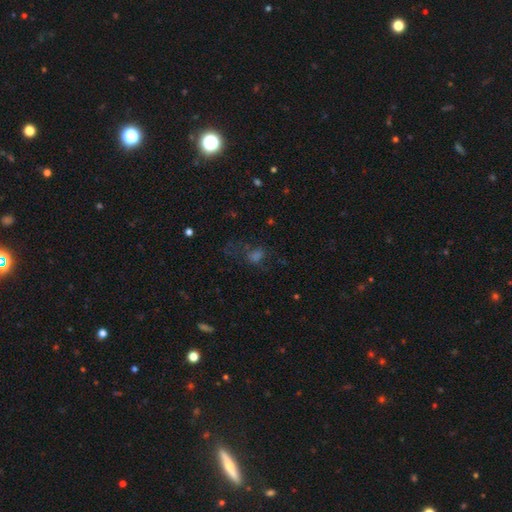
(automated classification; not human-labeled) Overall: smooth (41%; star or artifact 38%). Merging: none (45%; major disturbance 33%).